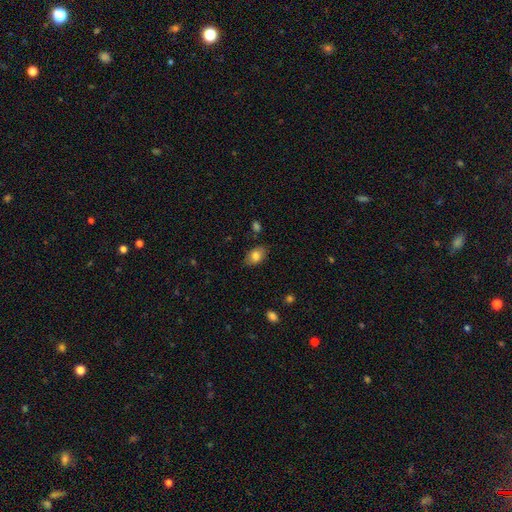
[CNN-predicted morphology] This appears to be a smooth galaxy with no disk features (81%) that is in between round and cigar-shaped (88%). Merging: none (82%).